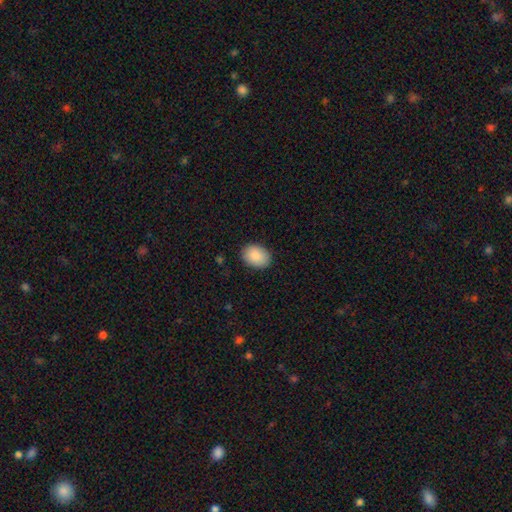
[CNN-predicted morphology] smooth-or-featured: smooth: 89% | star or artifact: 6% | featured or disk: 5%
  how-rounded: in between: 75% | round: 24% | cigar-shaped: 1%
  merging: none: 88% | minor disturbance: 9% | major disturbance: 2% | merger: 1%